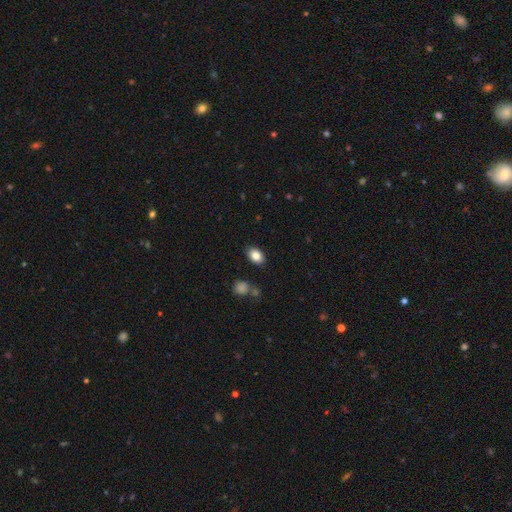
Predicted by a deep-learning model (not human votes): Overall: smooth (84%). How rounded: in between (85%). Merging: none (86%).